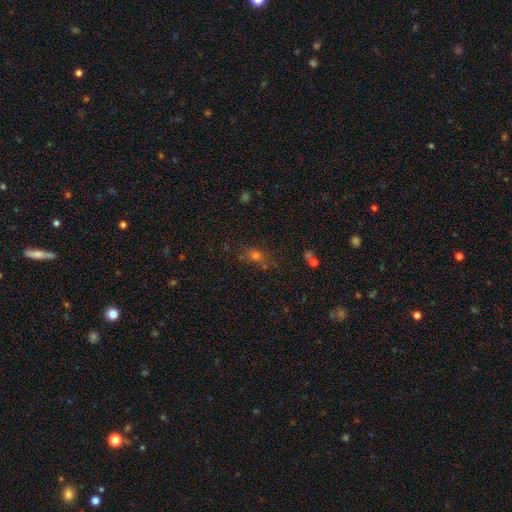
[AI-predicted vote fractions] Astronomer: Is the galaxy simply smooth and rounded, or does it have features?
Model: smooth — 58%.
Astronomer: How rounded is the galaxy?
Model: in between — 53% (runner-up: round, 38%).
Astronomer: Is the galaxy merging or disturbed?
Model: none — 66%.